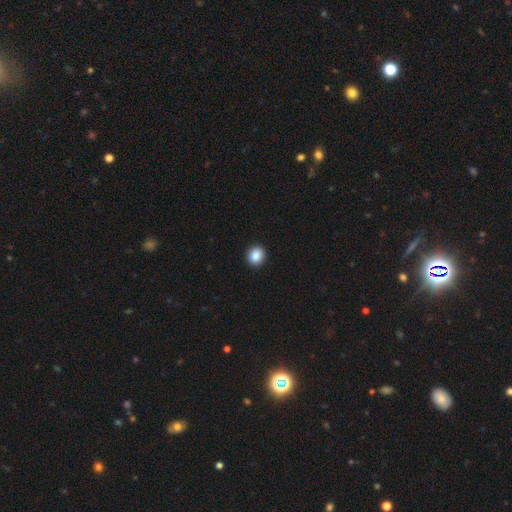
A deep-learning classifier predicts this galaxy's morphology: Smooth or featured? Predicted: smooth (p=0.88). How rounded? Predicted: round (p=0.73). Merging? Predicted: none (p=0.92).